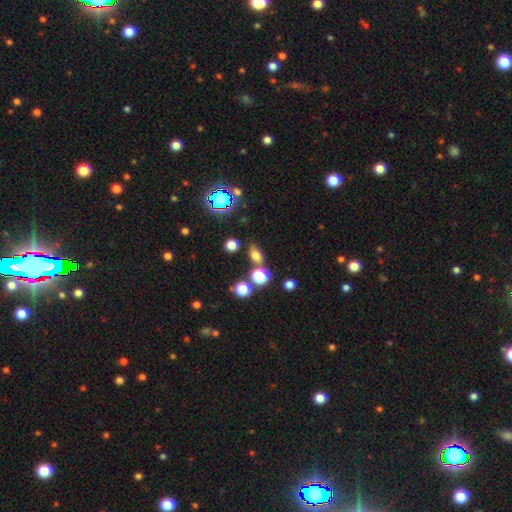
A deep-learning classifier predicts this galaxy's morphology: Smooth or featured? smooth (70%)
How rounded? in between (64%)
Merging? none (65%)